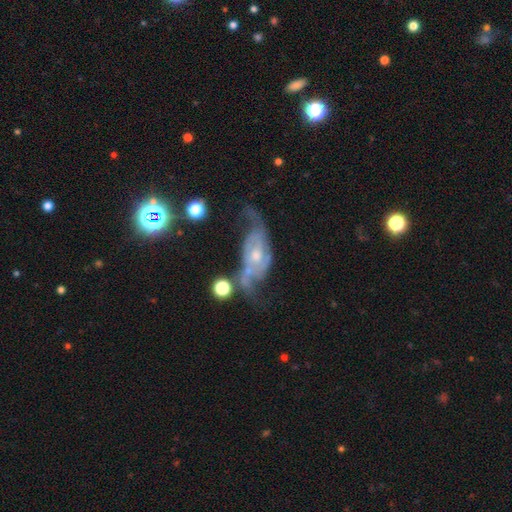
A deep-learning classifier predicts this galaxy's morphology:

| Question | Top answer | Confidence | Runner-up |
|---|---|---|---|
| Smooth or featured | featured or disk | 82% | smooth (11%) |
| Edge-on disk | no | 92% | yes (8%) |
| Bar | no | 59% | weak (34%) |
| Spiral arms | yes | 91% | no (9%) |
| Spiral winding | medium | 43% | loose (36%) |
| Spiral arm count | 2 | 72% | can't tell (15%) |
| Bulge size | moderate | 54% | small (37%) |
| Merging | none | 42% | minor disturbance (24%) |